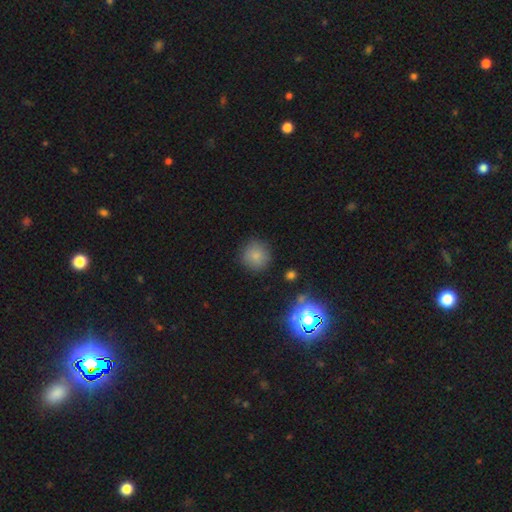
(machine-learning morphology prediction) Q: Smooth or featured?
A: smooth (80%); runner-up: star or artifact (13%)
Q: How rounded?
A: round (93%); runner-up: in between (6%)
Q: Merging?
A: none (87%); runner-up: minor disturbance (8%)